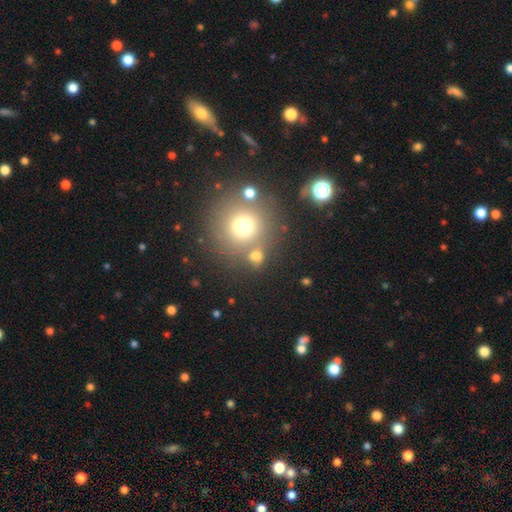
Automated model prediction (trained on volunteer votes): A smooth galaxy with no disk features (70%) that is round (81%). Merging: none (61%).